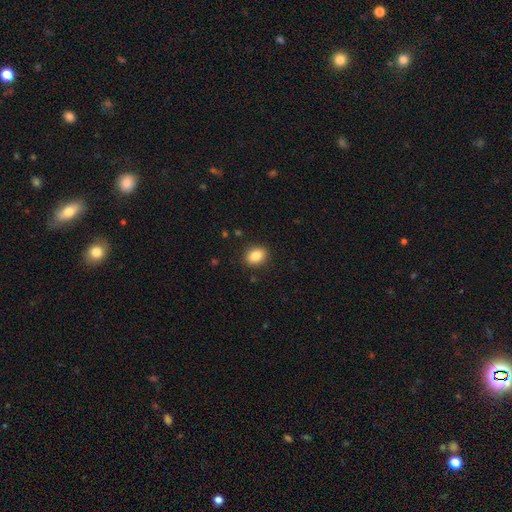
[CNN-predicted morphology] The model was most divided on "how rounded": in between: 59%, round: 40%, cigar-shaped: 1%. More confident: merging — none (89%); smooth or featured — smooth (85%).